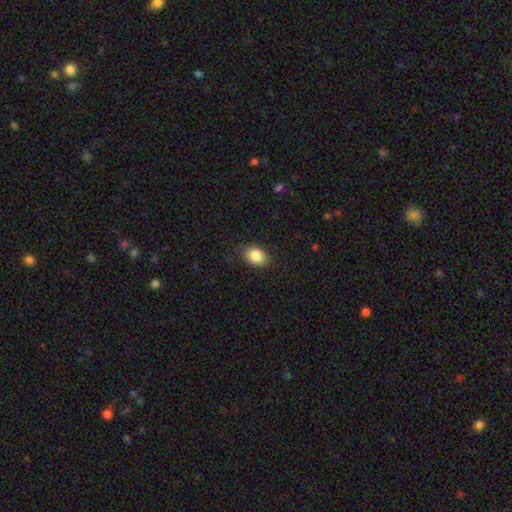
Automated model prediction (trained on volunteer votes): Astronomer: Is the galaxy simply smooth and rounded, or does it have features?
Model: smooth — 86%.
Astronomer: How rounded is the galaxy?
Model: in between — 69%.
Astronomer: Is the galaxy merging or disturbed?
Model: none — 84%.